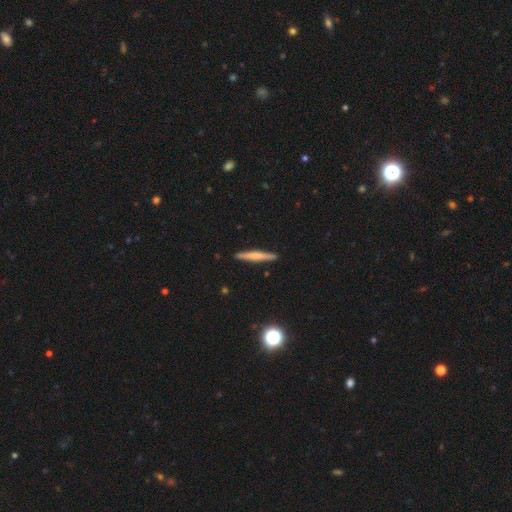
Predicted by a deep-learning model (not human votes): Morphology: type=smooth (53%); roundness=cigar-shaped (95%); merging=none (92%).